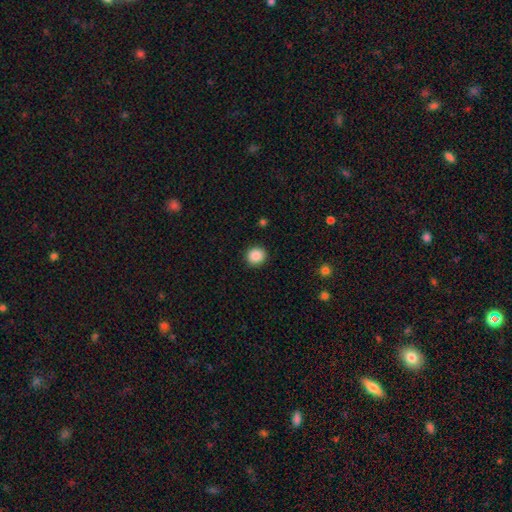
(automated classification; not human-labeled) Smooth or featured? smooth (88%)
How rounded? round (88%)
Merging? none (92%)